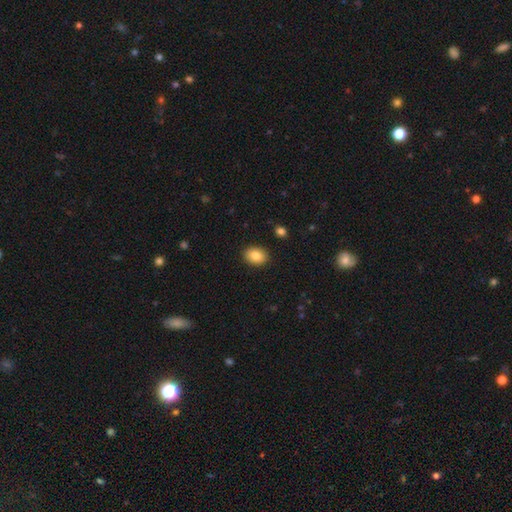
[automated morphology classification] type=smooth (85%); roundness=in between (67%); merging=none (90%).